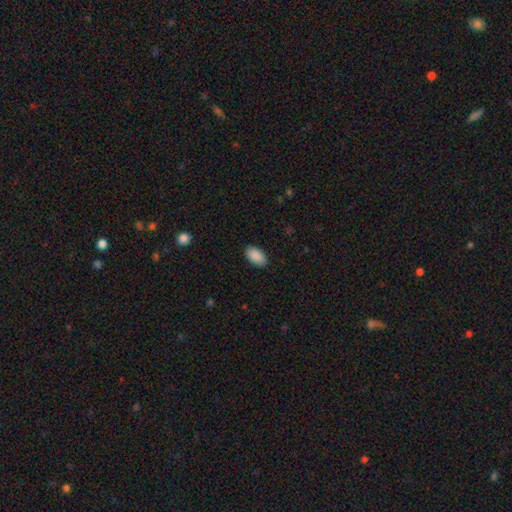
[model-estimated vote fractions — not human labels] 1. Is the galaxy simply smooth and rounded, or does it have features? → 91% smooth, 7% star or artifact, 3% featured or disk.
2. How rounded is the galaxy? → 94% in between, 4% round, 1% cigar-shaped.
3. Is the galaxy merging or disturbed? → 89% none, 8% minor disturbance, 2% major disturbance, 1% merger.